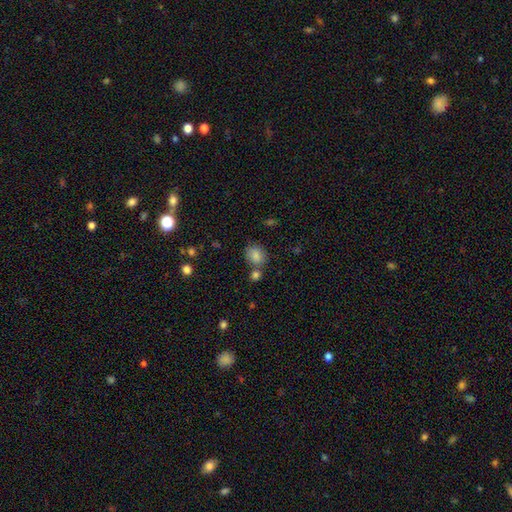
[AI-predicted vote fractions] Smooth or featured? Predicted: smooth (p=0.85). How rounded? Predicted: round (p=0.61). Merging? Predicted: none (p=0.65).